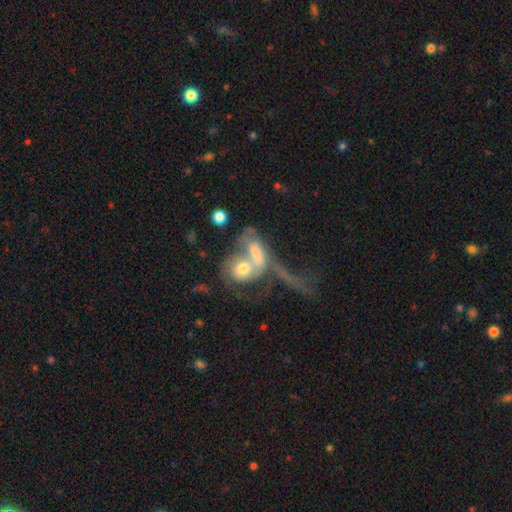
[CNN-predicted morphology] A featured or disk galaxy (50%).

Vote fractions:
- Smooth or featured? featured or disk: 50% / smooth: 39% / star or artifact: 10%
- Edge-on disk? no: 87% / yes: 13%
- Merging? merger: 71% / major disturbance: 14% / none: 10% / minor disturbance: 5%